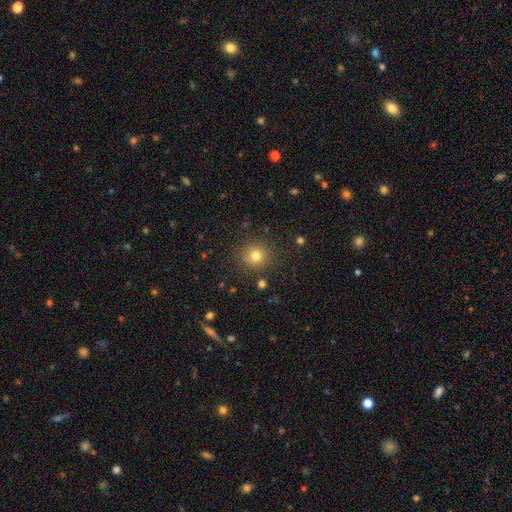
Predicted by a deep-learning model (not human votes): A smooth galaxy with no disk features (77%) that is round (90%). Merging: none (84%).